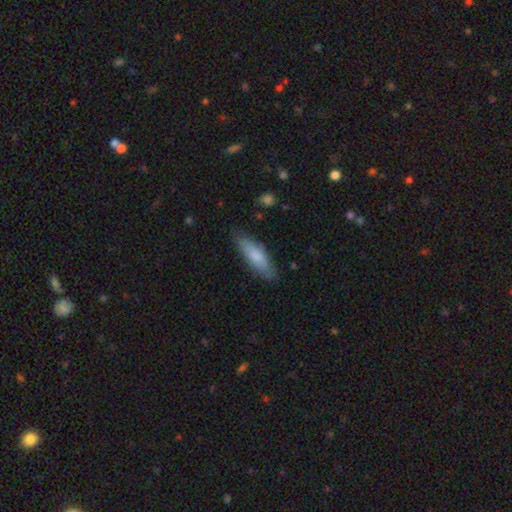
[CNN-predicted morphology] This appears to be a smooth galaxy with no disk features (78%) that is cigar-shaped (53%). Merging: none (80%).